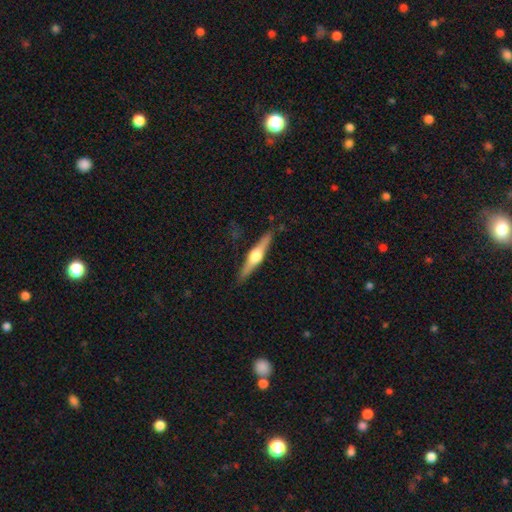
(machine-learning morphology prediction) Smooth or featured: featured or disk — 73% (smooth — 22%)
Edge-on disk: yes — 98% (no — 2%)
Edge-on bulge: rounded — 95% (boxy — 4%)
Merging: none — 89% (minor disturbance — 8%)